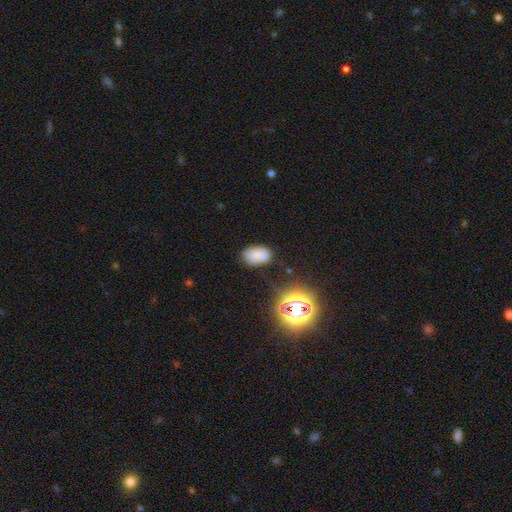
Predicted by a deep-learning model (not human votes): A smooth galaxy with no disk features (75%) that is in between round and cigar-shaped (91%).

Vote fractions:
- Smooth or featured? smooth: 75% / star or artifact: 14% / featured or disk: 10%
- How rounded? in between: 91% / round: 8% / cigar-shaped: 1%
- Merging? none: 72% / minor disturbance: 19% / major disturbance: 5% / merger: 4%